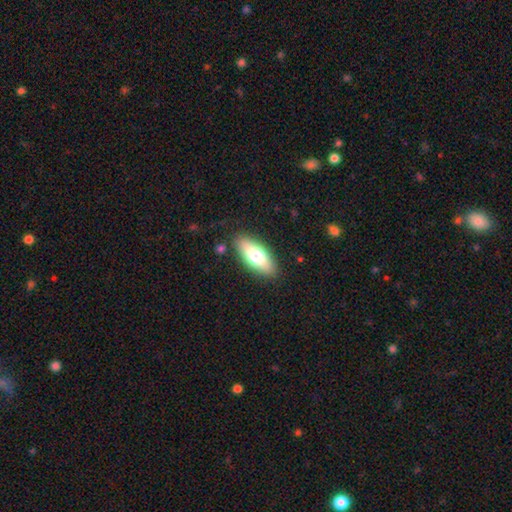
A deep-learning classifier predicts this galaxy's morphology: Smooth or featured? smooth (66%)
How rounded? in between (76%)
Merging? none (86%)